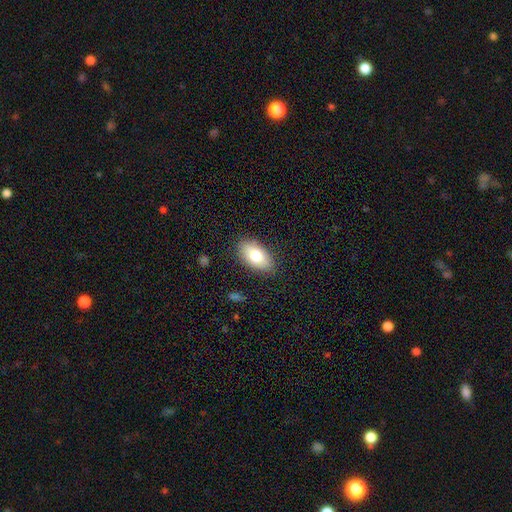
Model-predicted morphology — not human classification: Smooth or featured? Predicted: smooth (p=0.77). How rounded? Predicted: in between (p=0.93). Merging? Predicted: none (p=0.85).